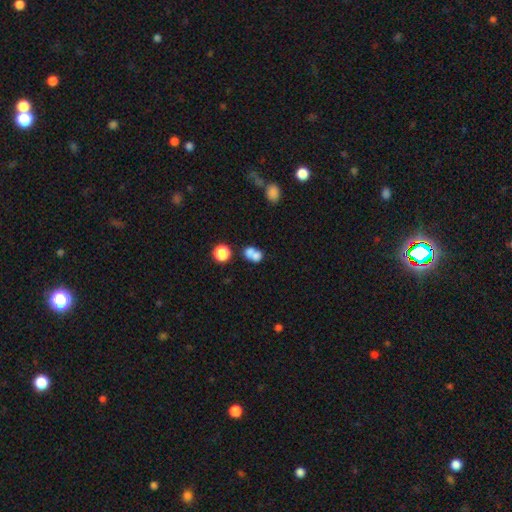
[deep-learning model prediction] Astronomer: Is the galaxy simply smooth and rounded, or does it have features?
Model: smooth — 71%.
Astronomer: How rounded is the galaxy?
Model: round — 57% (runner-up: in between, 42%).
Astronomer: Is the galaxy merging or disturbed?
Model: merger — 62%.